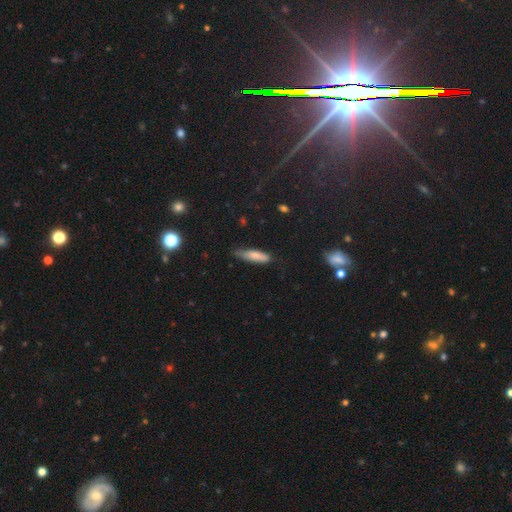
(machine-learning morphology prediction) The model was most divided on "how rounded": cigar-shaped: 65%, in between: 33%, round: 2%. More confident: smooth or featured — smooth (77%); merging — none (64%).